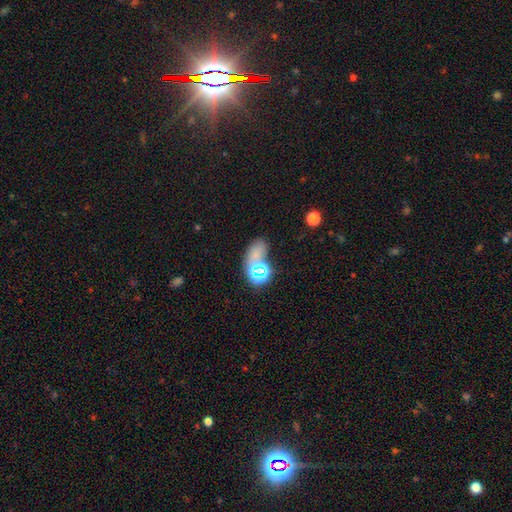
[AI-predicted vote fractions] Morphology: type=smooth (51%); roundness=in between (69%); merging=none (48%).